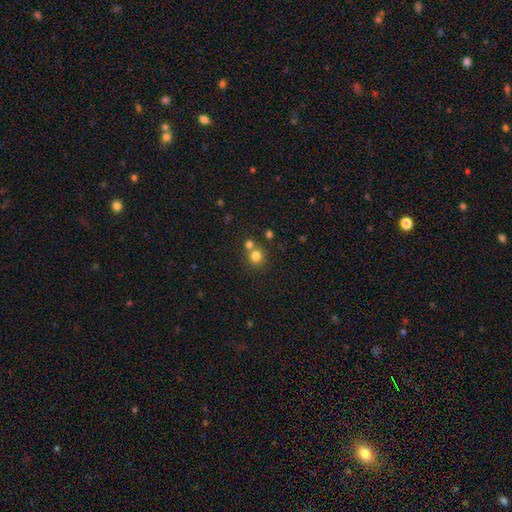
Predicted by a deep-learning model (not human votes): A smooth galaxy with no disk features (79%) that is round (88%). Merging: none (59%).